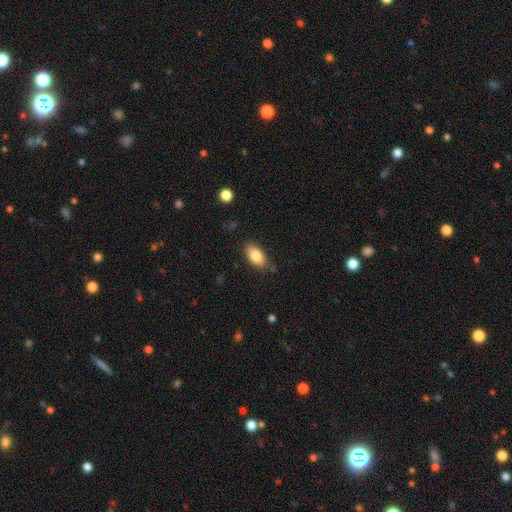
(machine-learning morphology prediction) A smooth galaxy with no disk features (82%) that is in between round and cigar-shaped (91%). Merging: none (81%).